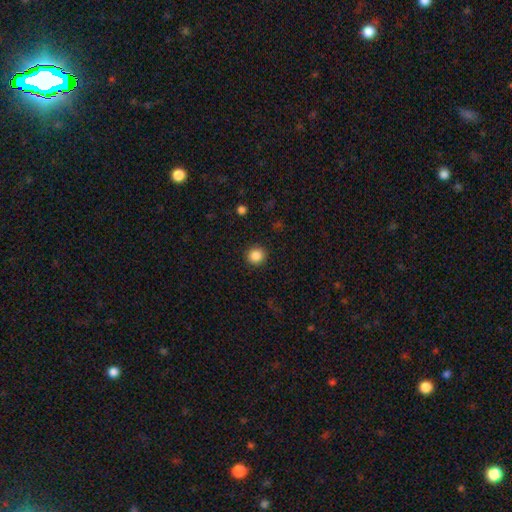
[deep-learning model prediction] Smooth or featured? Predicted: smooth (p=0.87). How rounded? Predicted: round (p=0.93). Merging? Predicted: none (p=0.92).